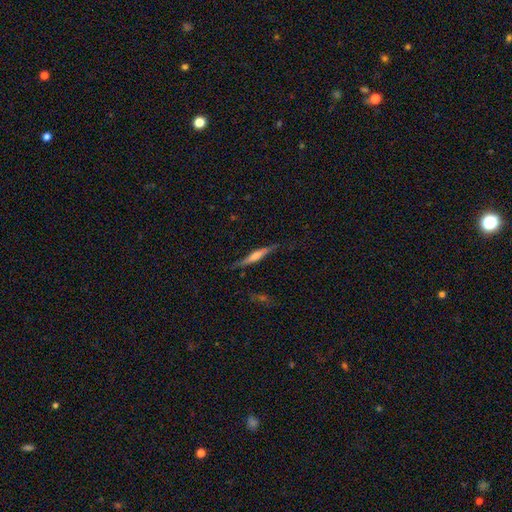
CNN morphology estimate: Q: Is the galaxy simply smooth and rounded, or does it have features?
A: featured or disk — 66%.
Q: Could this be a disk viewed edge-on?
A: yes — 96%.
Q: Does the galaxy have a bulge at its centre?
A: rounded — 63%.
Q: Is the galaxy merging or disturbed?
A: none — 80%.